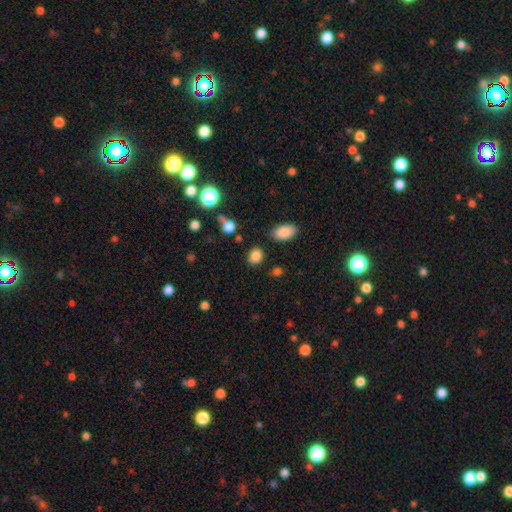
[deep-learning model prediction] smooth 85%, star or artifact 11%, featured or disk 4%. Down the decision tree: how rounded — in between (54%); merging — none (82%).